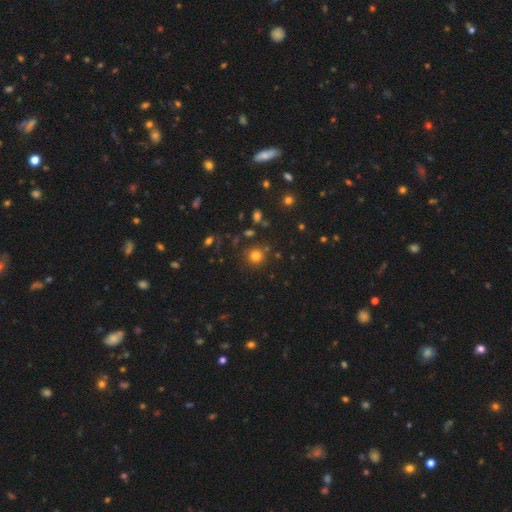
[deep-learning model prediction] A smooth galaxy with no disk features (77%) that is round (92%).

Vote fractions:
- Smooth or featured? smooth: 77% / star or artifact: 17% / featured or disk: 6%
- How rounded? round: 92% / in between: 7% / cigar-shaped: 1%
- Merging? none: 83% / minor disturbance: 8% / merger: 5% / major disturbance: 3%